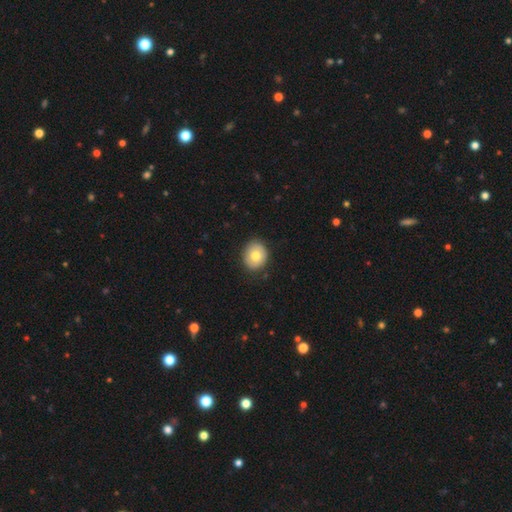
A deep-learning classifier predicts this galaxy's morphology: Smooth or featured? Predicted: smooth (p=0.75). How rounded? Predicted: round (p=0.69). Merging? Predicted: none (p=0.86).